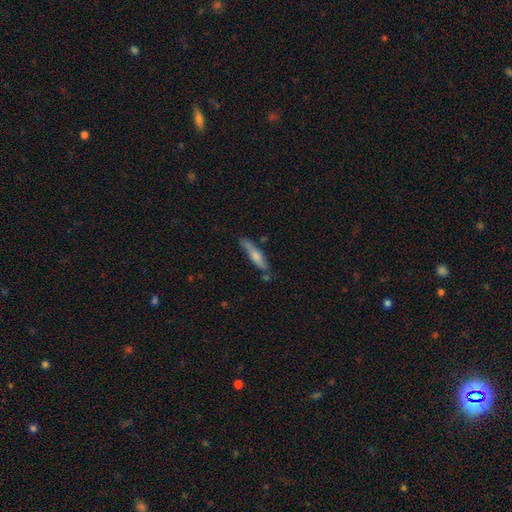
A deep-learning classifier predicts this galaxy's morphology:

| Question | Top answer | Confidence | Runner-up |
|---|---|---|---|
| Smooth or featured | smooth | 64% | featured or disk (30%) |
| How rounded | cigar-shaped | 81% | in between (17%) |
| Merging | none | 68% | minor disturbance (21%) |